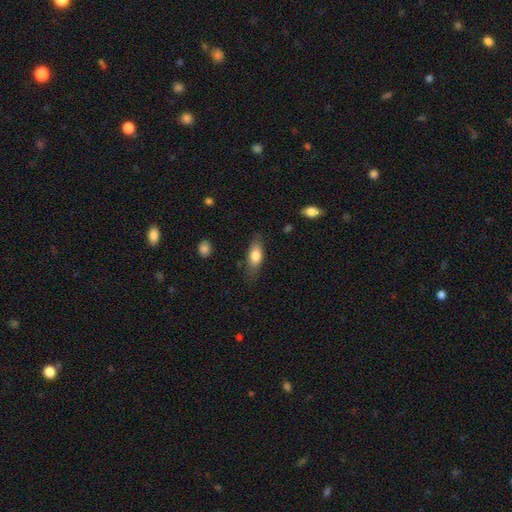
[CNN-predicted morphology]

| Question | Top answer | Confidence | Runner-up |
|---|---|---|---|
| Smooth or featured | smooth | 77% | featured or disk (17%) |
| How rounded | in between | 75% | cigar-shaped (22%) |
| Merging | none | 75% | minor disturbance (18%) |